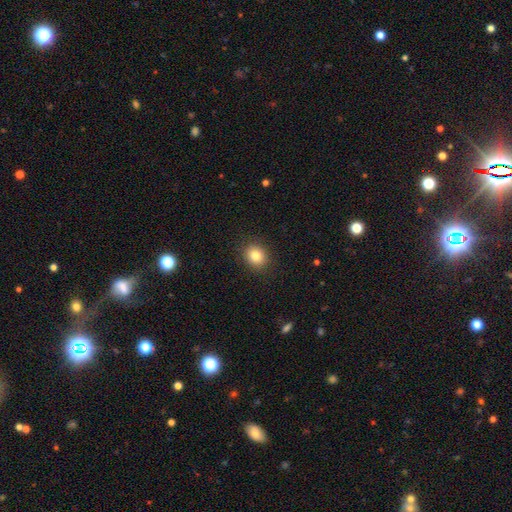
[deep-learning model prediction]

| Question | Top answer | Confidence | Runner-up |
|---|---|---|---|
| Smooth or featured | smooth | 82% | star or artifact (11%) |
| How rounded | round | 72% | in between (27%) |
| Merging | none | 90% | minor disturbance (7%) |